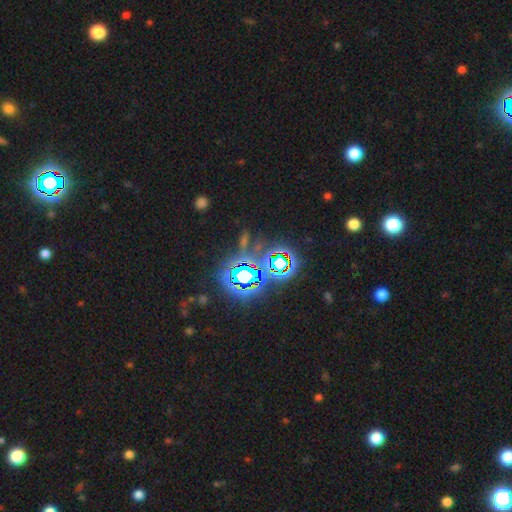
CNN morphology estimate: Q: Smooth or featured?
A: star or artifact (78%); runner-up: smooth (12%)